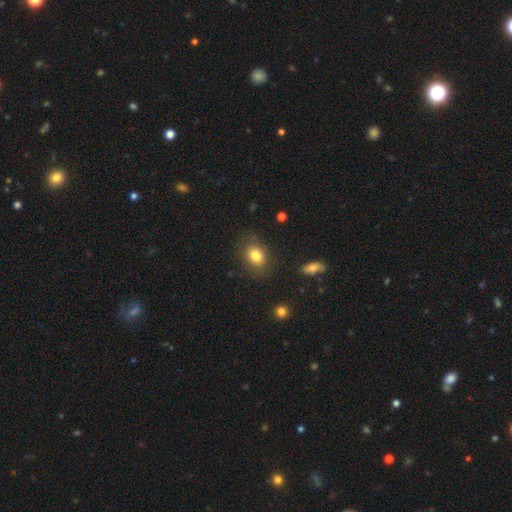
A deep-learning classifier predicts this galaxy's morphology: Smooth or featured: smooth — 82% (star or artifact — 10%)
How rounded: in between — 61% (round — 37%)
Merging: none — 78% (minor disturbance — 15%)